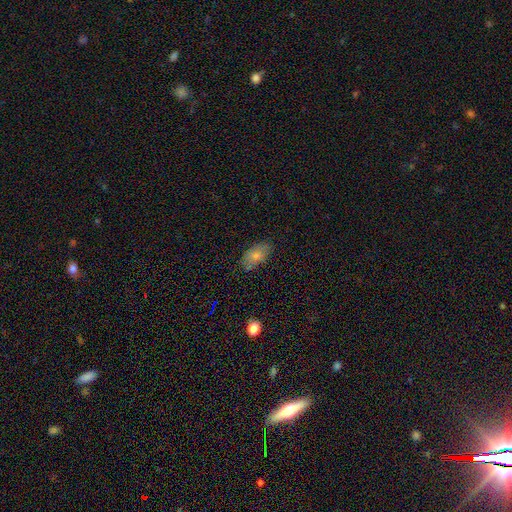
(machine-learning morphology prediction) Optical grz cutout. It shows a smooth galaxy with no disk features (76%) that is in between round and cigar-shaped (92%). Merging: none (72%).